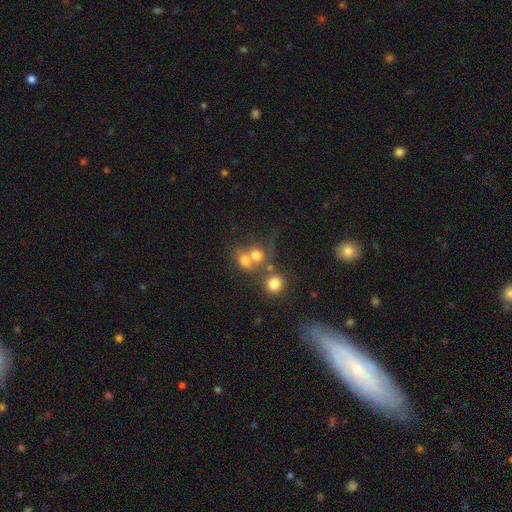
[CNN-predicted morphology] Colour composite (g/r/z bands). It shows a smooth galaxy with no disk features (69%) that is round (65%). Merging: merger (55%).